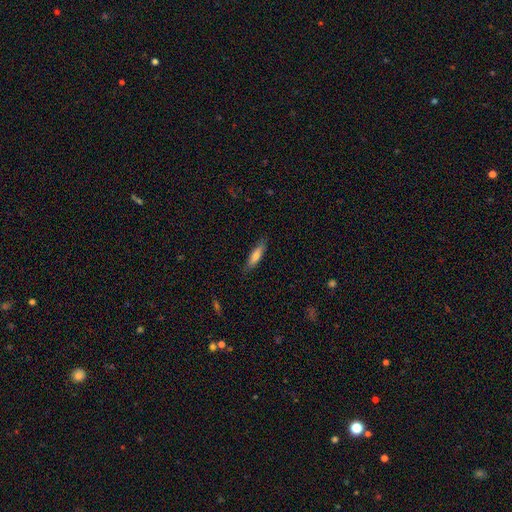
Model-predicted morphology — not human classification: smooth_or_featured: smooth (p=0.71) [alt: featured or disk p=0.23]
how_rounded: cigar-shaped (p=0.73) [alt: in between p=0.25]
merging: none (p=0.85) [alt: minor disturbance p=0.12]